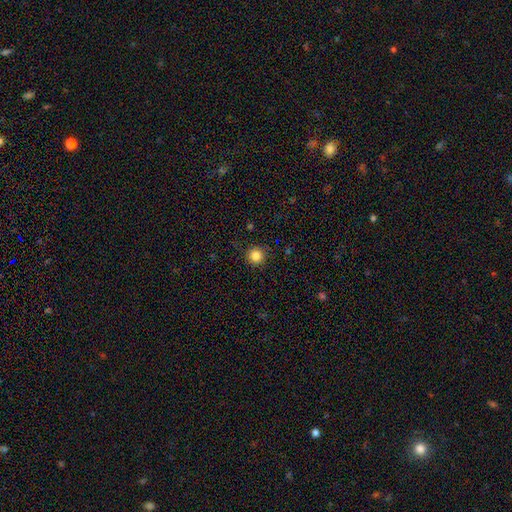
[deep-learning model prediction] Overall: smooth (85%). How rounded: round (94%). Merging: none (89%).